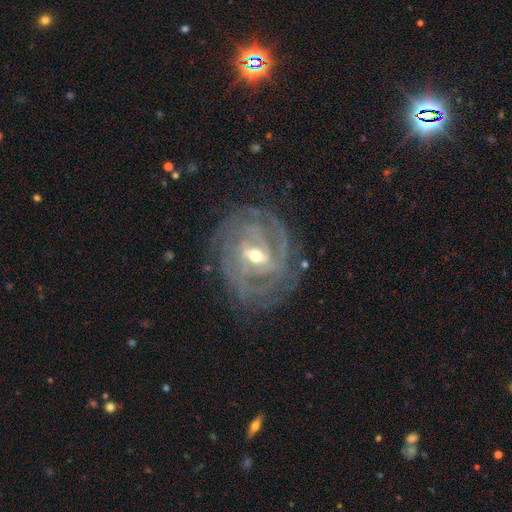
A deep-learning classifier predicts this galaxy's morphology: Smooth or featured? Predicted: featured or disk (p=0.89). Edge-on disk? Predicted: no (p=0.96). Bar? Predicted: strong (p=0.45). Spiral arms? Predicted: yes (p=0.97). Spiral winding? Predicted: tight (p=0.77). Spiral arm count? Predicted: can't tell (p=0.23, tied with 3). Bulge size? Predicted: moderate (p=0.54). Merging? Predicted: none (p=0.81).